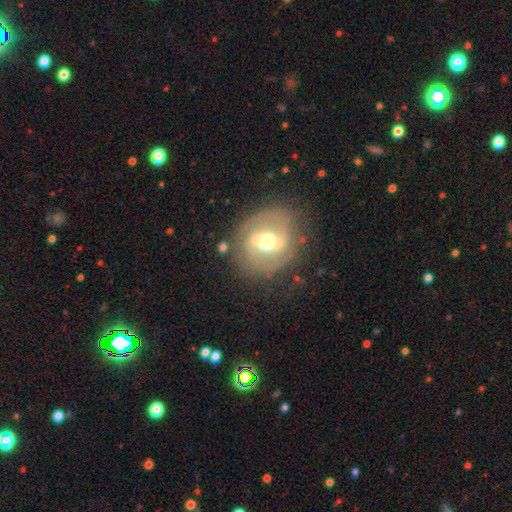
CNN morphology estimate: A featured or disk galaxy (56%) with a weak bar (42%), spiral arms (56%) and a moderate central bulge (62%).

Vote fractions:
- Smooth or featured? featured or disk: 56% / smooth: 27% / star or artifact: 18%
- Edge-on disk? no: 91% / yes: 9%
- Bar? weak: 42% / strong: 34% / no: 24%
- Spiral arms? yes: 56% / no: 44%
- Bulge size? moderate: 62% / small: 26% / large: 8% / dominant: 2% / none: 1%
- Merging? none: 79% / minor disturbance: 12% / major disturbance: 7% / merger: 2%